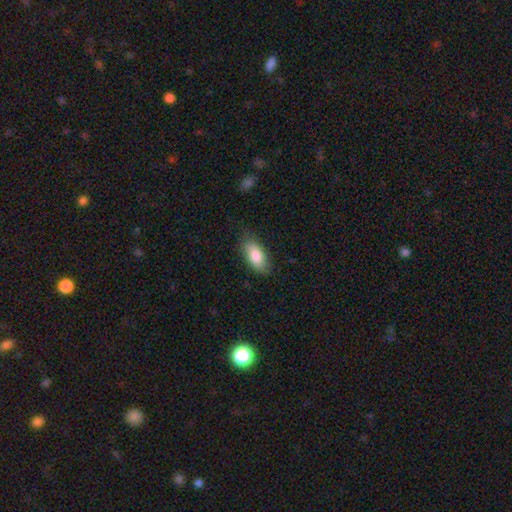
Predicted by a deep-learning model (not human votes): smooth_or_featured: smooth (p=0.81) [alt: featured or disk p=0.12]
how_rounded: in between (p=0.88) [alt: cigar-shaped p=0.09]
merging: none (p=0.77) [alt: minor disturbance p=0.18]